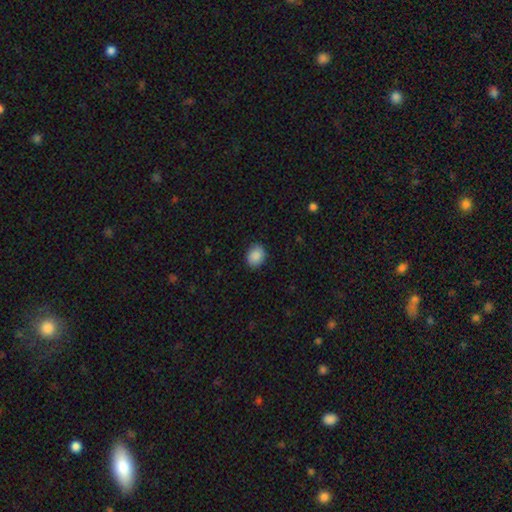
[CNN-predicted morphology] smooth 89%, star or artifact 8%, featured or disk 3%. Down the decision tree: how rounded — in between (53%); merging — none (87%).